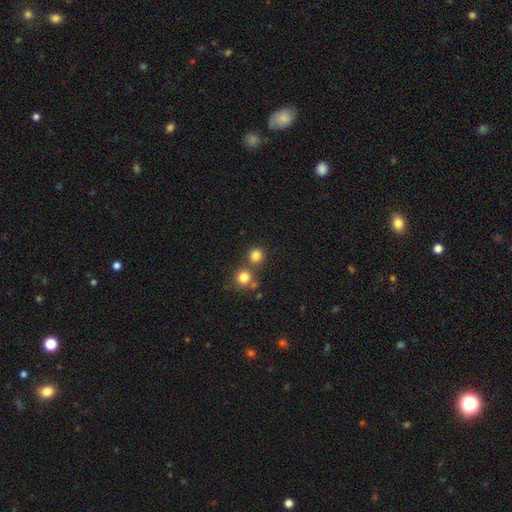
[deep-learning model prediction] A smooth galaxy with no disk features (81%) that is round (90%).

Vote fractions:
- Smooth or featured? smooth: 81% / star or artifact: 13% / featured or disk: 6%
- How rounded? round: 90% / in between: 9% / cigar-shaped: 1%
- Merging? none: 68% / merger: 22% / minor disturbance: 7% / major disturbance: 3%